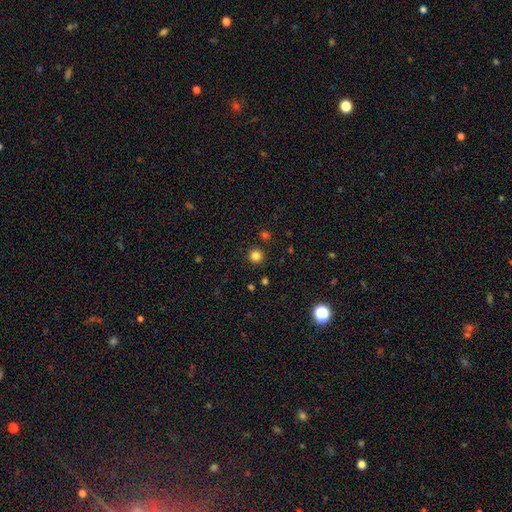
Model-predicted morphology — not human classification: Smooth or featured? Predicted: smooth (p=0.82). How rounded? Predicted: round (p=0.94). Merging? Predicted: none (p=0.91).